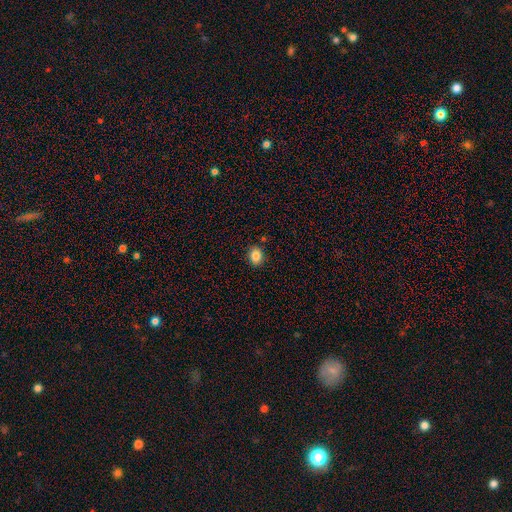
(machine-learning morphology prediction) This appears to be a smooth galaxy with no disk features (85%) that is round (55%). Merging: none (88%).